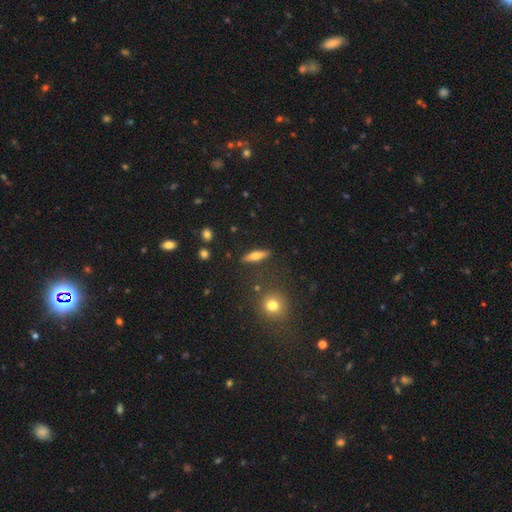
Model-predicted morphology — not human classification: A smooth galaxy with no disk features (52%) that is cigar-shaped (63%). Merging: none (86%).